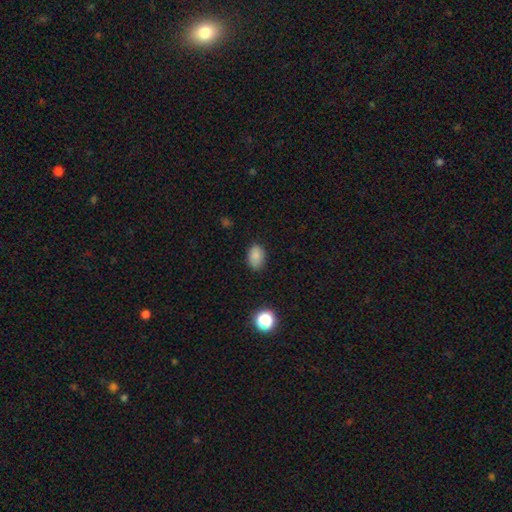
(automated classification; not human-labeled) Smooth or featured?
  - smooth: 85% *
  - star or artifact: 10%
  - featured or disk: 5%
How rounded?
  - in between: 83% *
  - round: 16%
  - cigar-shaped: 1%
Merging?
  - none: 79% *
  - minor disturbance: 17%
  - major disturbance: 3%
  - merger: 2%